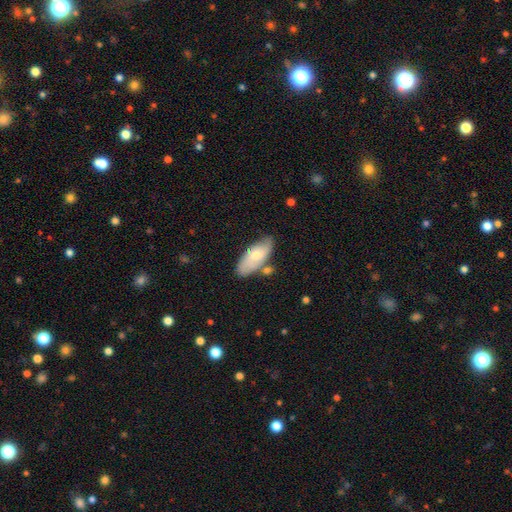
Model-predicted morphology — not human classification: The model was most divided on "smooth or featured": smooth: 63%, featured or disk: 31%, star or artifact: 6%. More confident: how rounded — in between (86%); merging — none (64%).